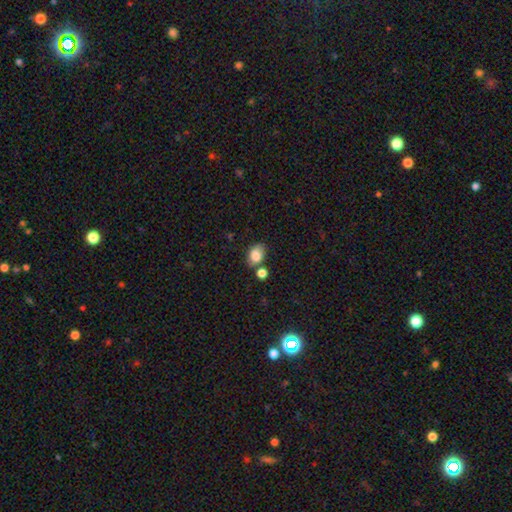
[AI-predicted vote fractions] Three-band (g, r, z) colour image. It shows a smooth galaxy with no disk features (82%) that is in between round and cigar-shaped (77%). Merging: none (62%).